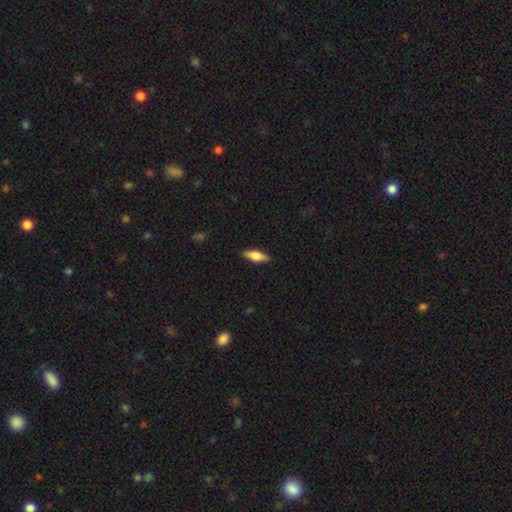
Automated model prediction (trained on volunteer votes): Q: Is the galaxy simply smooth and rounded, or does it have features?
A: smooth — 68%.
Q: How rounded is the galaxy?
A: in between — 64%.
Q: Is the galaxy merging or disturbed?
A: none — 88%.